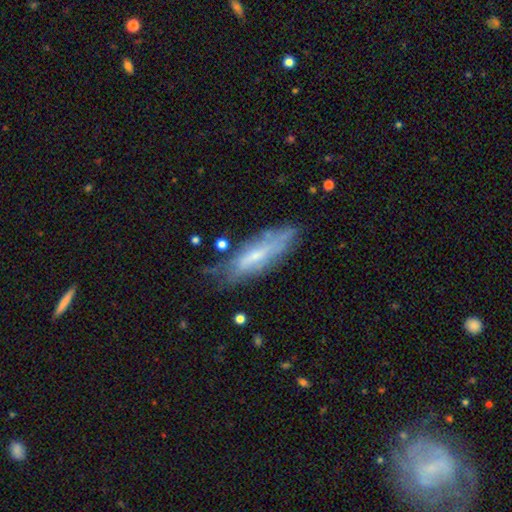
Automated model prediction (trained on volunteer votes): smooth_or_featured: featured or disk (p=0.52) [alt: smooth p=0.41]
disk_edge_on: no (p=0.55) [alt: yes p=0.45]
merging: none (p=0.61) [alt: minor disturbance p=0.26]